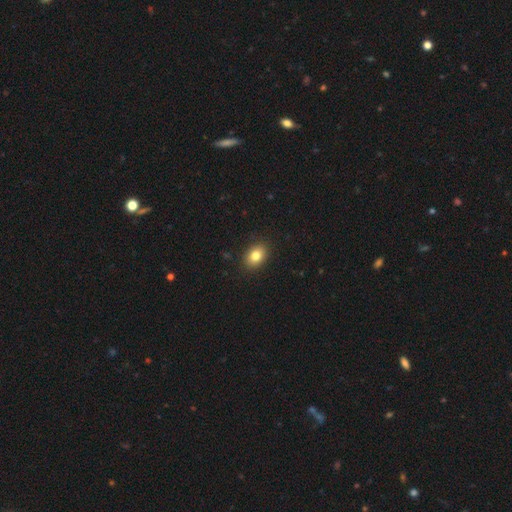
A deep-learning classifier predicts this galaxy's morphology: Smooth or featured? smooth (82%)
How rounded? in between (71%)
Merging? none (90%)